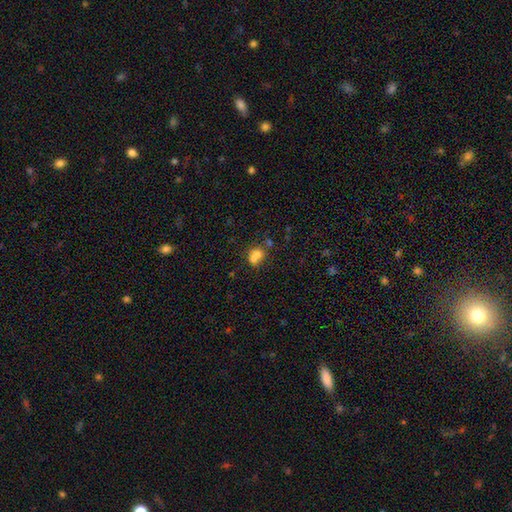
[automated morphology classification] Smooth or featured? smooth (68%)
How rounded? round (60%)
Merging? merger (59%)